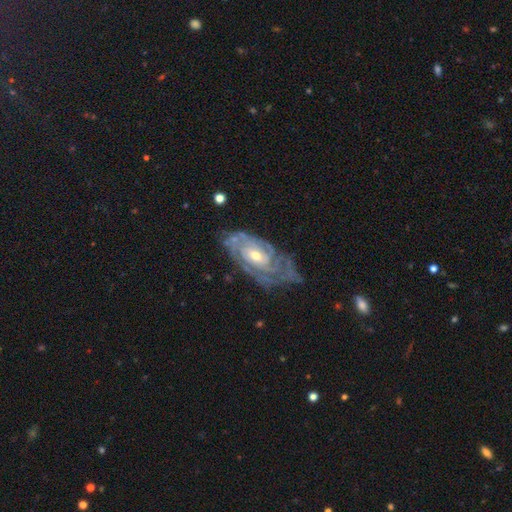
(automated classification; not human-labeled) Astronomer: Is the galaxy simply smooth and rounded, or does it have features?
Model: featured or disk — 88%.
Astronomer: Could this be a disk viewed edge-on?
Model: no — 95%.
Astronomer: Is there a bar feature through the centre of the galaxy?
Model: no — 60%.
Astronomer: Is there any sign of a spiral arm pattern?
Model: yes — 96%.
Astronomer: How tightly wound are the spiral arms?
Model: tight — 73%.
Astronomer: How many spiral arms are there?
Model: can't tell — 36% (runner-up: 2, 20%).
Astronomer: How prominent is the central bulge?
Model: moderate — 51% (runner-up: small, 45%).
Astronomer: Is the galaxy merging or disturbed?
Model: none — 59%.